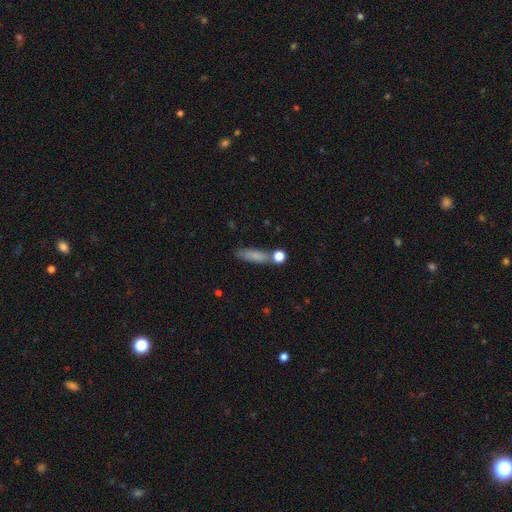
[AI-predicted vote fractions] Smooth or featured? smooth (79%)
How rounded? cigar-shaped (54%)
Merging? none (63%)